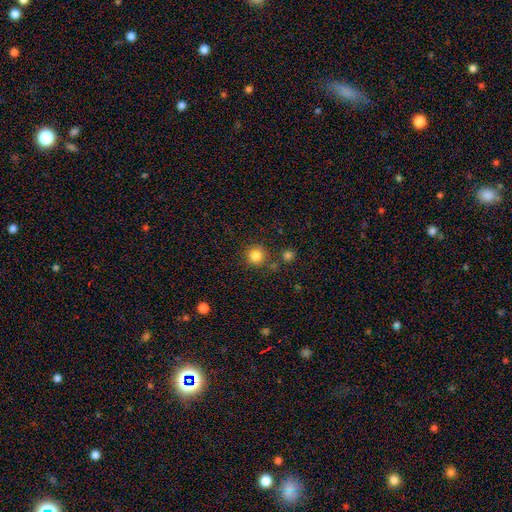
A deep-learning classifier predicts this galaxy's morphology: A smooth galaxy with no disk features (83%) that is round (93%).

Vote fractions:
- Smooth or featured? smooth: 83% / star or artifact: 12% / featured or disk: 5%
- How rounded? round: 93% / in between: 6% / cigar-shaped: 1%
- Merging? none: 82% / minor disturbance: 8% / merger: 6% / major disturbance: 3%